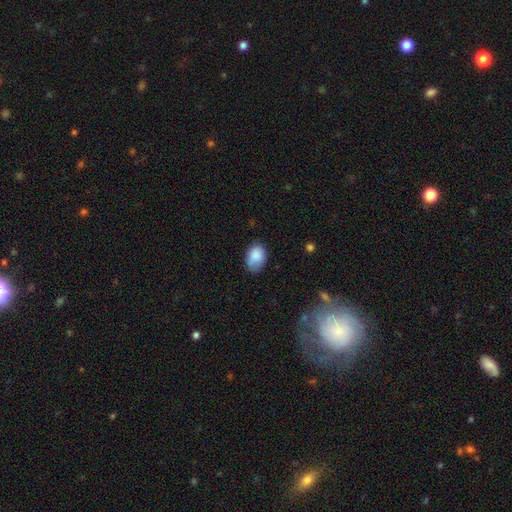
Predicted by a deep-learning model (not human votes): This is clearly a smooth galaxy (84%). How rounded: clearly in between (81%). Merging: likely none (61%).